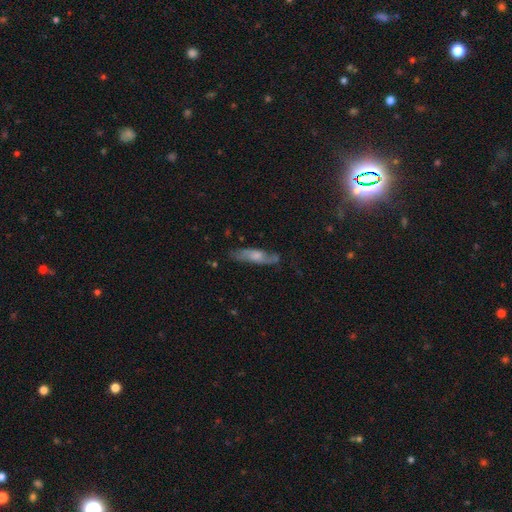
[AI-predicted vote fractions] This appears to be a featured or disk galaxy (48%). Merging: none (66%).